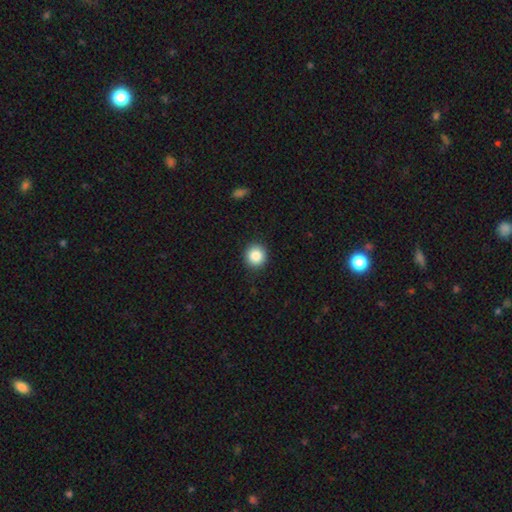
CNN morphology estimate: Smooth or featured? smooth (86%)
How rounded? round (92%)
Merging? none (91%)